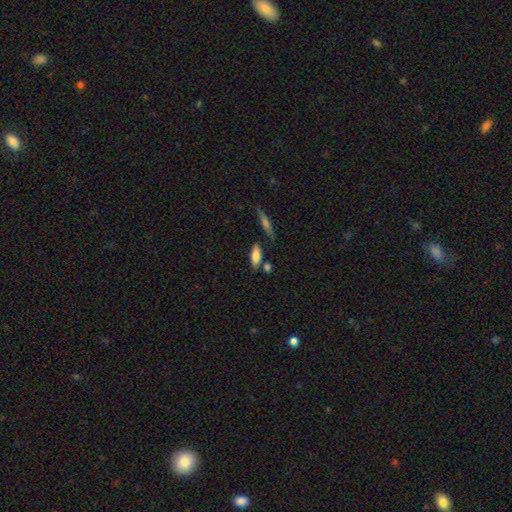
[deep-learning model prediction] A smooth galaxy with no disk features (77%) that is in between round and cigar-shaped (73%).

Vote fractions:
- Smooth or featured? smooth: 77% / featured or disk: 16% / star or artifact: 7%
- How rounded? in between: 73% / cigar-shaped: 24% / round: 3%
- Merging? none: 72% / minor disturbance: 15% / merger: 10% / major disturbance: 4%